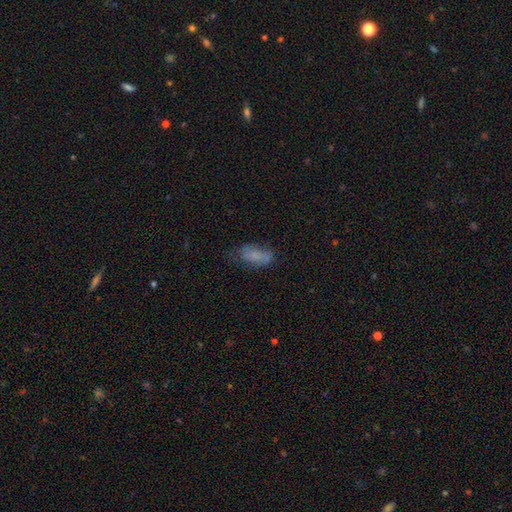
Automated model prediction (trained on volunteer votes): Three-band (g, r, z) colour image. It shows a smooth galaxy with no disk features (71%) that is in between round and cigar-shaped (84%). Merging: none (50%).